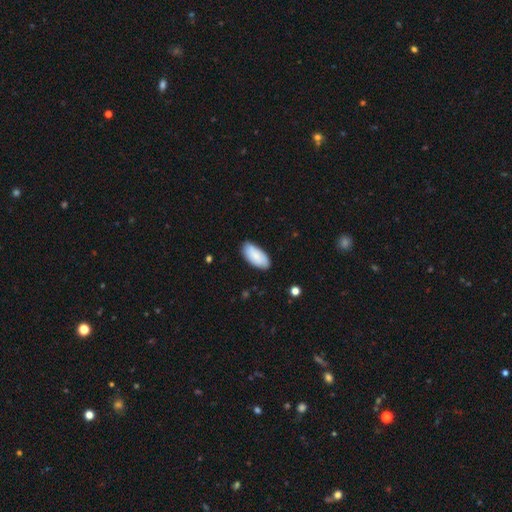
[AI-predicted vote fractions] Smooth or featured? Predicted: smooth (p=0.83). How rounded? Predicted: in between (p=0.93). Merging? Predicted: none (p=0.81).